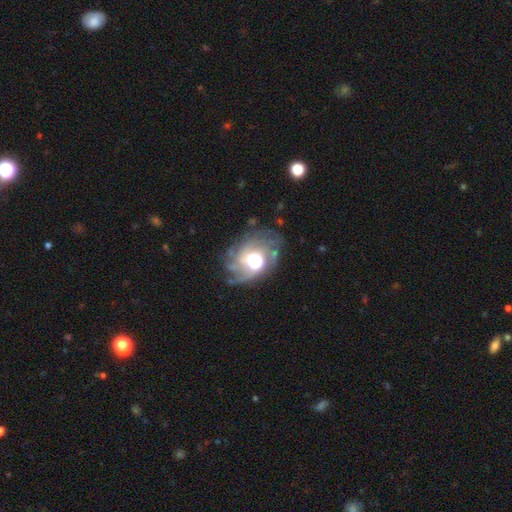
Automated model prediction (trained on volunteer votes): Q: Smooth or featured?
A: featured or disk (67%); runner-up: smooth (17%)
Q: Edge-on disk?
A: no (97%); runner-up: yes (3%)
Q: Bar?
A: no (66%); runner-up: weak (24%)
Q: Spiral arms?
A: yes (70%); runner-up: no (30%)
Q: Bulge size?
A: large (43%); runner-up: moderate (39%)
Q: Merging?
A: none (52%); runner-up: major disturbance (23%)